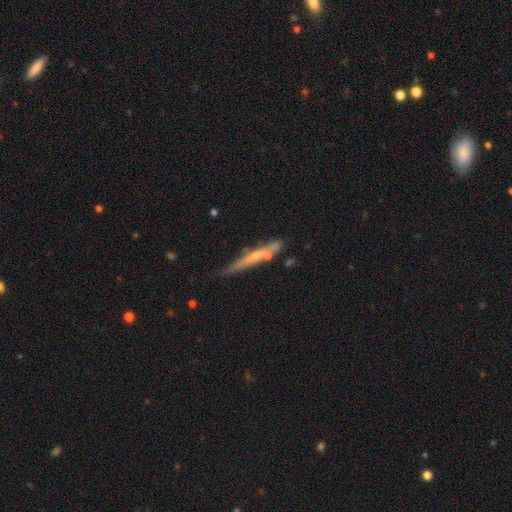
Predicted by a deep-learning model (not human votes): Smooth or featured? featured or disk (54%)
Edge-on disk? yes (87%)
Merging? none (63%)